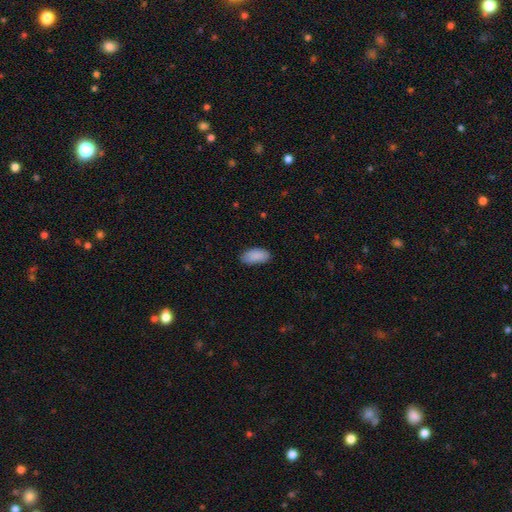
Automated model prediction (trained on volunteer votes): This appears to be a smooth galaxy with no disk features (90%) that is in between round and cigar-shaped (93%). Merging: none (83%).